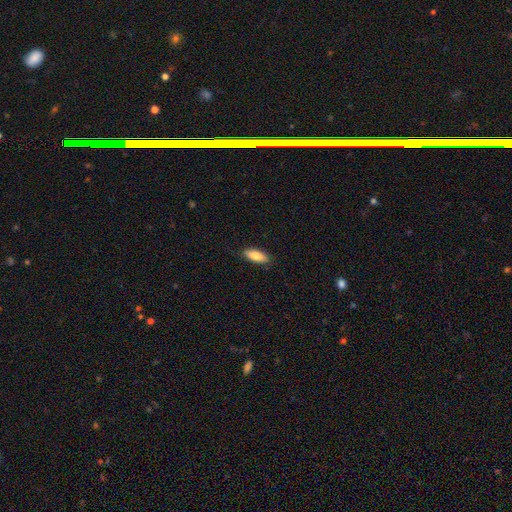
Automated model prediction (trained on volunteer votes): A smooth galaxy with no disk features (83%) that is in between round and cigar-shaped (77%).

Vote fractions:
- Smooth or featured? smooth: 83% / featured or disk: 11% / star or artifact: 6%
- How rounded? in between: 77% / cigar-shaped: 21% / round: 2%
- Merging? none: 86% / minor disturbance: 11% / major disturbance: 2% / merger: 1%